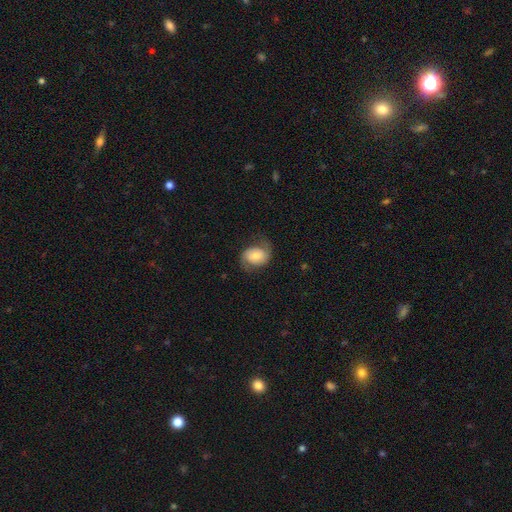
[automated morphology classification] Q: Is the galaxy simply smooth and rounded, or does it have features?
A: featured or disk — 52%.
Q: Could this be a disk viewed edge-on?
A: no — 97%.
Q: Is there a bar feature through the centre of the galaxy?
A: no — 57%.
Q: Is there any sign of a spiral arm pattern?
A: yes — 87%.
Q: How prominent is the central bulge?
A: moderate — 49%.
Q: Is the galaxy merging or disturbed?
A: none — 63%.